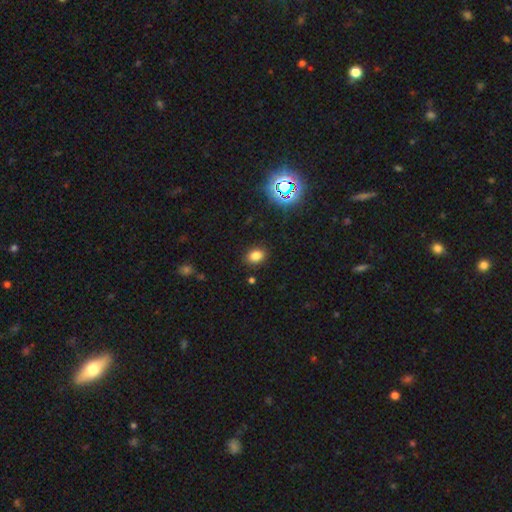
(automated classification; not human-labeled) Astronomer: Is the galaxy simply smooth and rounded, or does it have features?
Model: smooth — 79%.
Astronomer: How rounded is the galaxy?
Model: in between — 66%.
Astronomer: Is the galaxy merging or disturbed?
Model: none — 87%.